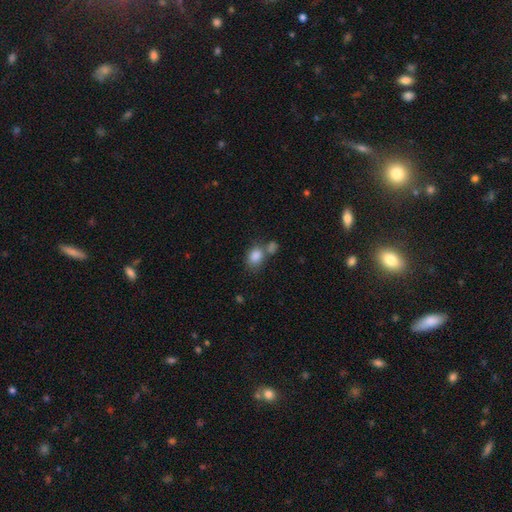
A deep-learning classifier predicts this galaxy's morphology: The model was most divided on "merging": none: 49%, merger: 31%, minor disturbance: 14%, major disturbance: 6%. More confident: smooth or featured — smooth (84%); how rounded — in between (64%).